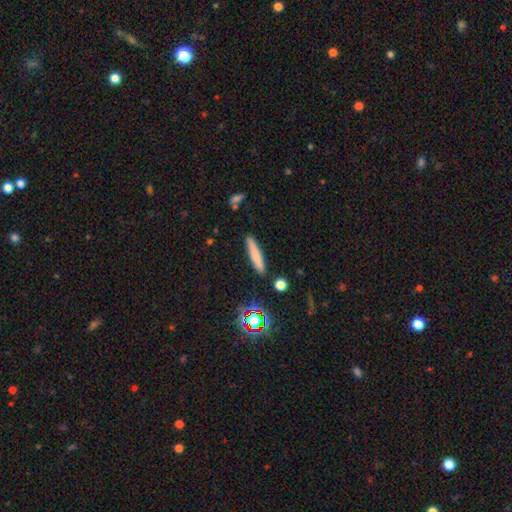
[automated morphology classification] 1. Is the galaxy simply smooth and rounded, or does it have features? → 71% smooth, 20% featured or disk, 9% star or artifact.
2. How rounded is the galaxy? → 91% cigar-shaped, 8% in between, 2% round.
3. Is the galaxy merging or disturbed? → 88% none, 8% minor disturbance, 2% merger, 2% major disturbance.